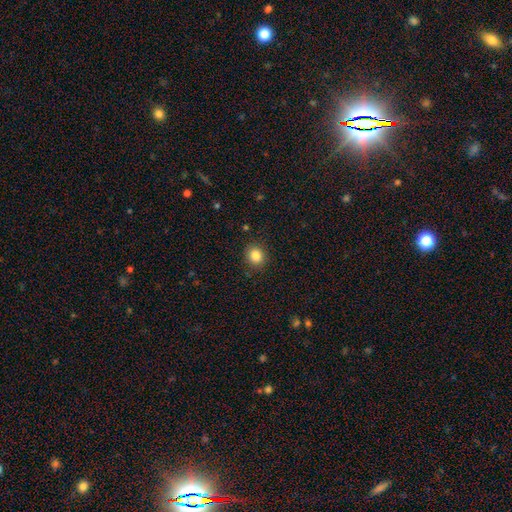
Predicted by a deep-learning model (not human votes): smooth 84%, star or artifact 11%, featured or disk 5%. Down the decision tree: how rounded — round (77%); merging — none (89%).